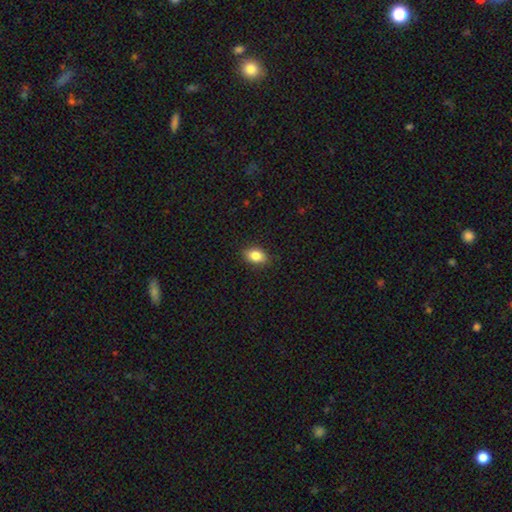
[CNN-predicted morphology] smooth-or-featured: smooth: 83% | star or artifact: 9% | featured or disk: 8%
  how-rounded: in between: 82% | round: 16% | cigar-shaped: 2%
  merging: none: 87% | minor disturbance: 10% | major disturbance: 2% | merger: 1%